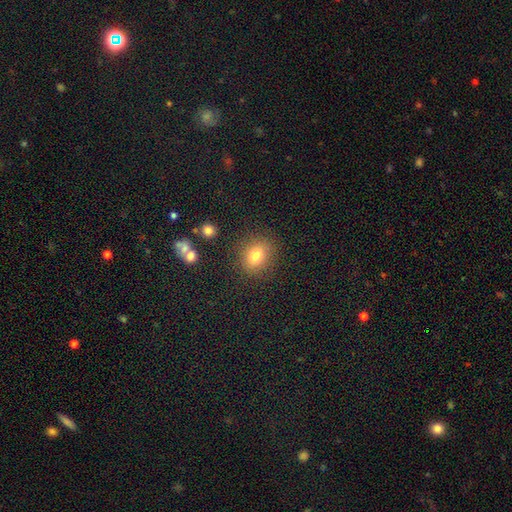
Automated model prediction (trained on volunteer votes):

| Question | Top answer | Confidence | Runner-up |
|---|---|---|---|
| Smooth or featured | smooth | 78% | star or artifact (12%) |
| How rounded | round | 55% | in between (44%) |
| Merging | none | 83% | minor disturbance (11%) |